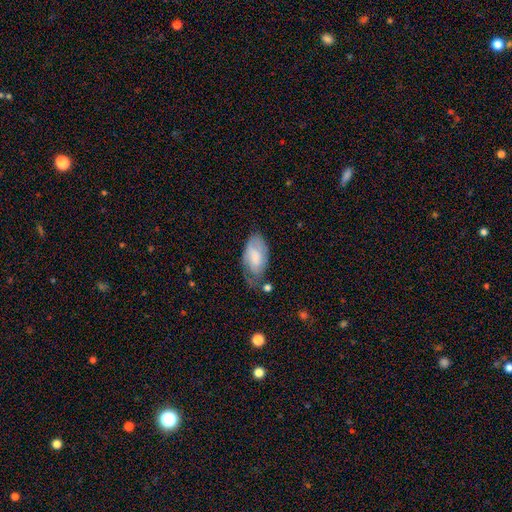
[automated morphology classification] type=smooth (63%); roundness=in between (94%); merging=none (43%).